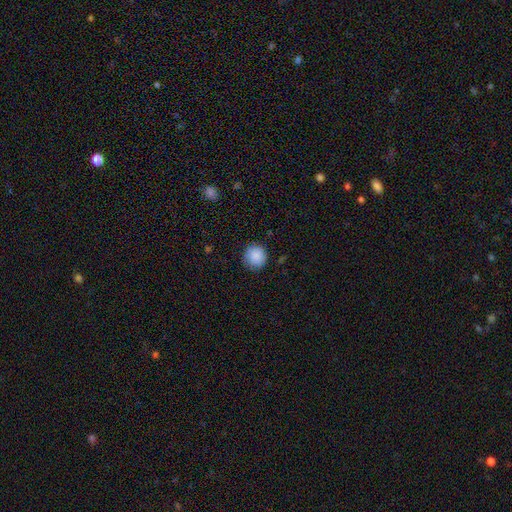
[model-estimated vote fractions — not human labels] smooth_or_featured: smooth (p=0.88) [alt: star or artifact p=0.08]
how_rounded: round (p=0.94) [alt: in between p=0.05]
merging: none (p=0.86) [alt: minor disturbance p=0.11]